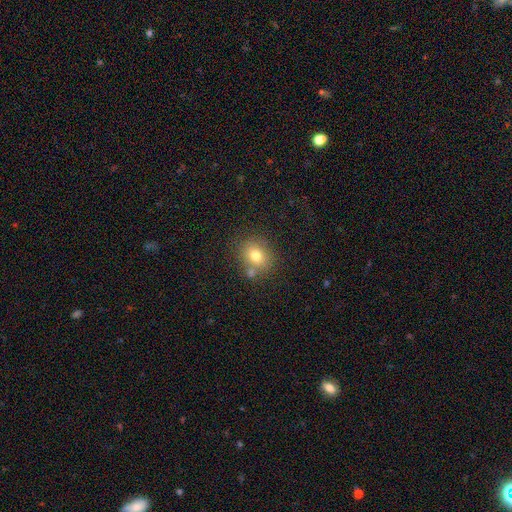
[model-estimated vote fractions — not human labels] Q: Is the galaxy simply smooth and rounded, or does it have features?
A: smooth — 75%.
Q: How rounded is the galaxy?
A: round — 67%.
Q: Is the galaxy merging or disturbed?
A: none — 69%.